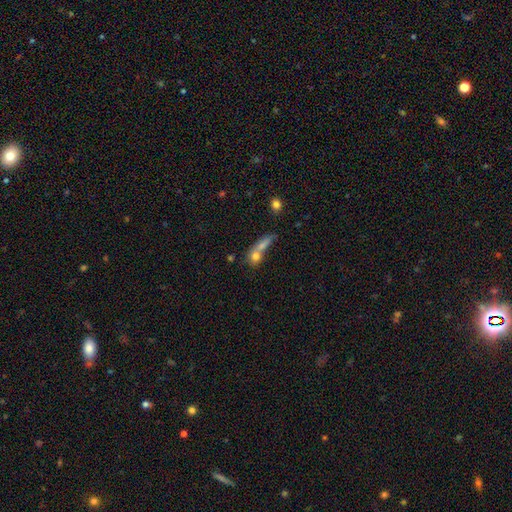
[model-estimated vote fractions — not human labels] This appears to be a smooth galaxy with no disk features (72%) that is round (48%). Merging: merger (54%).